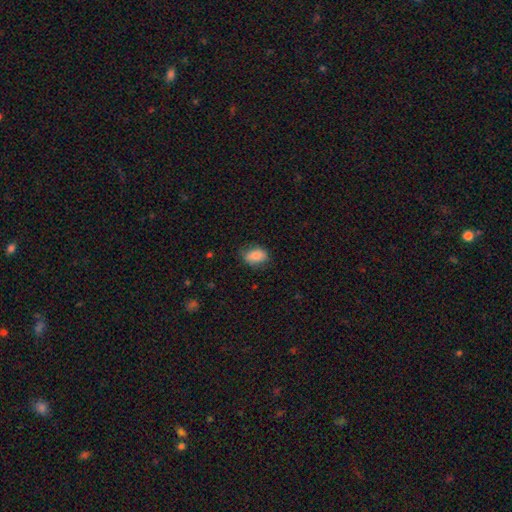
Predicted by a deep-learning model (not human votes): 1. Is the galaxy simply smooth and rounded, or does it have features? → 82% smooth, 11% featured or disk, 8% star or artifact.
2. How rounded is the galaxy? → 84% in between, 14% round, 2% cigar-shaped.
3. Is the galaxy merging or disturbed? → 76% none, 19% minor disturbance, 4% major disturbance, 1% merger.